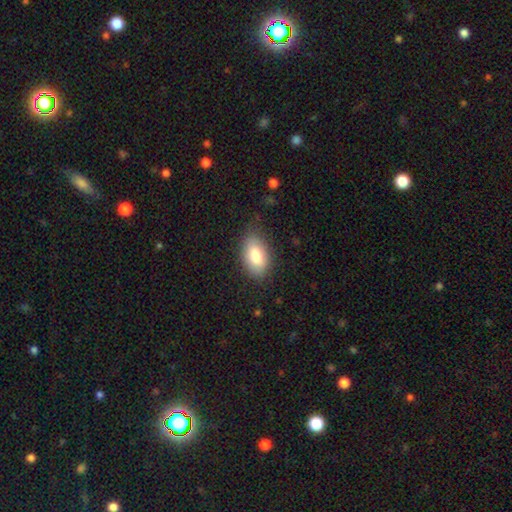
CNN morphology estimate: smooth-or-featured: smooth: 82% | featured or disk: 11% | star or artifact: 7%
  how-rounded: in between: 92% | round: 5% | cigar-shaped: 2%
  merging: none: 78% | minor disturbance: 17% | major disturbance: 4% | merger: 1%